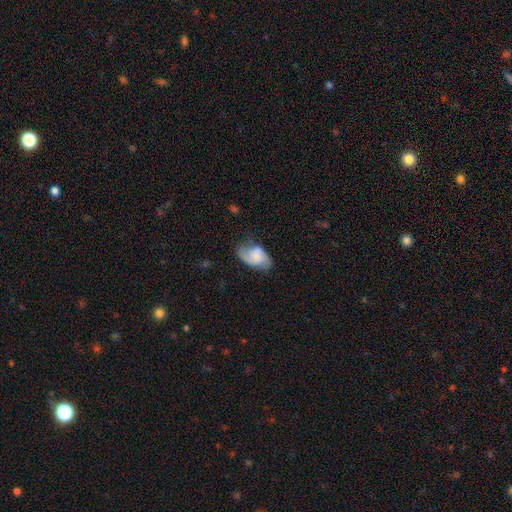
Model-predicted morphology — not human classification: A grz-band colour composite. It shows a featured or disk galaxy (59%) with no bar (54%), 2 (77%) medium (43%) spiral arms (91%) and no central bulge (41%). Merging: none (59%).